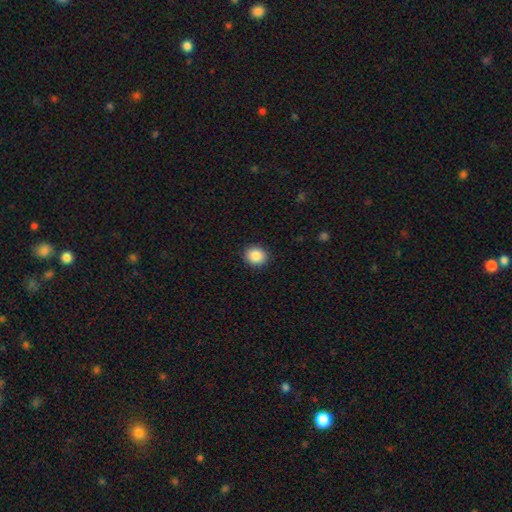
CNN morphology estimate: This is clearly a smooth galaxy (87%). How rounded: likely round (71%). Merging: clearly none (90%).